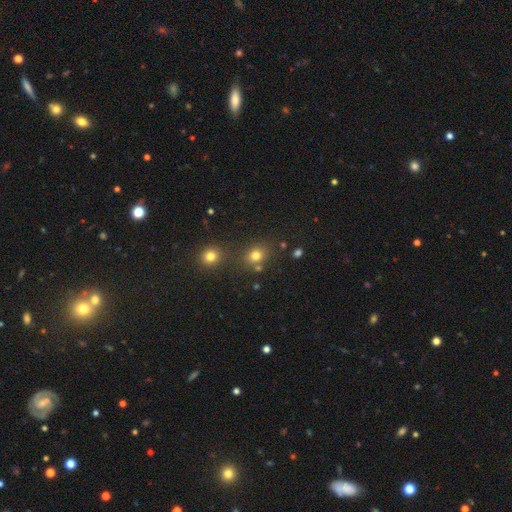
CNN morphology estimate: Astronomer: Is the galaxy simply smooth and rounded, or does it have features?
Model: smooth — 76%.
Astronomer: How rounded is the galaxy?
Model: round — 71%.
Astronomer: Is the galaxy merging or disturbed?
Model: none — 71%.